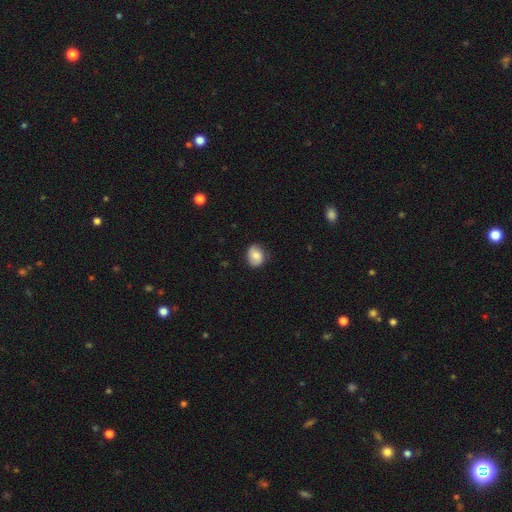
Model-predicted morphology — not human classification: A smooth galaxy with no disk features (69%) that is in between round and cigar-shaped (50%). Merging: none (76%).